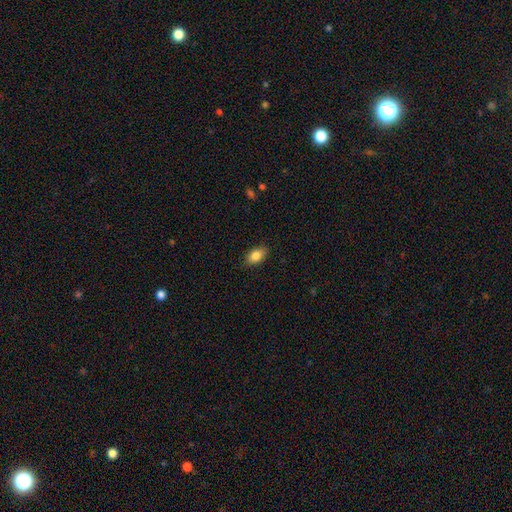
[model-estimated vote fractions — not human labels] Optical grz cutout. It shows a smooth galaxy with no disk features (84%) that is in between round and cigar-shaped (89%). Merging: none (86%).